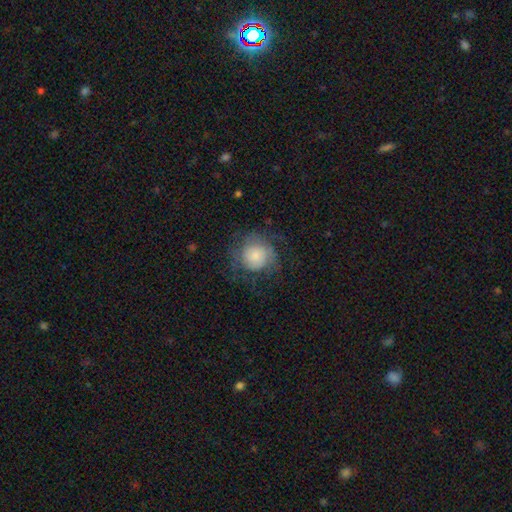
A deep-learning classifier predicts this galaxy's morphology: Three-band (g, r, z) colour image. It shows a smooth galaxy with no disk features (53%) that is round (88%). Merging: none (60%).